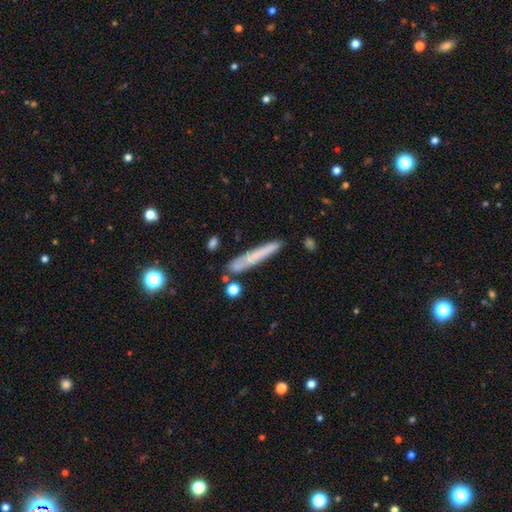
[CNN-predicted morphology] The model was most divided on "smooth or featured": smooth: 65%, featured or disk: 27%, star or artifact: 8%. More confident: how rounded — cigar-shaped (95%); merging — none (80%).